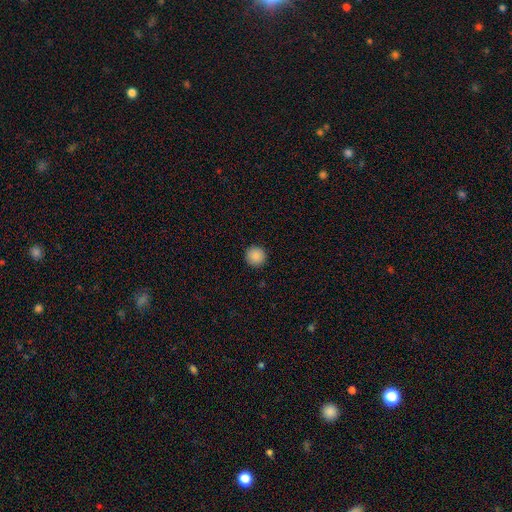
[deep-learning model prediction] Smooth or featured?
  - smooth: 88% *
  - star or artifact: 9%
  - featured or disk: 3%
How rounded?
  - round: 96% *
  - in between: 3%
  - cigar-shaped: 1%
Merging?
  - none: 93% *
  - minor disturbance: 5%
  - major disturbance: 2%
  - merger: 1%